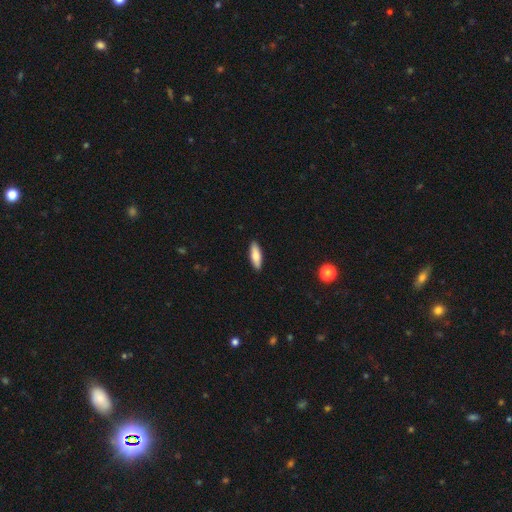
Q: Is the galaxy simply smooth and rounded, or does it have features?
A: smooth — 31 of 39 (79%).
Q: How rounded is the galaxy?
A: cigar-shaped — 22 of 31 (71%).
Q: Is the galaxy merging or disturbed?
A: none — 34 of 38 (89%).